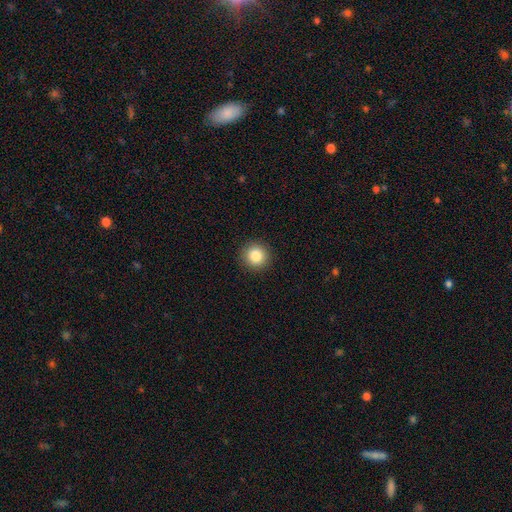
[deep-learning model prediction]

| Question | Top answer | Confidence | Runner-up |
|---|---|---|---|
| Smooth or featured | smooth | 85% | star or artifact (10%) |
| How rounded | round | 94% | in between (5%) |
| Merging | none | 92% | minor disturbance (5%) |